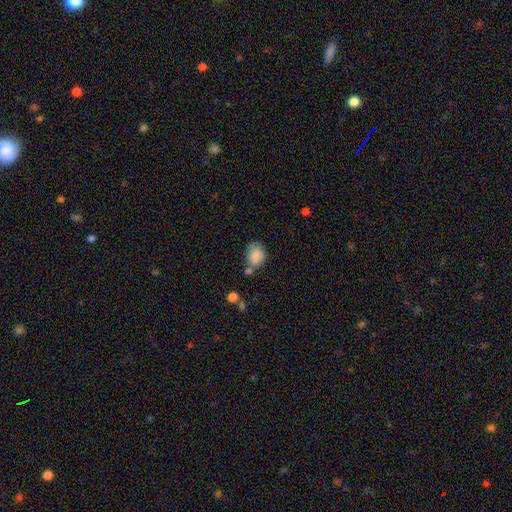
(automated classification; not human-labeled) A smooth galaxy with no disk features (85%) that is in between round and cigar-shaped (52%).

Vote fractions:
- Smooth or featured? smooth: 85% / star or artifact: 8% / featured or disk: 7%
- How rounded? in between: 52% / round: 47% / cigar-shaped: 1%
- Merging? none: 53% / minor disturbance: 23% / merger: 18% / major disturbance: 7%